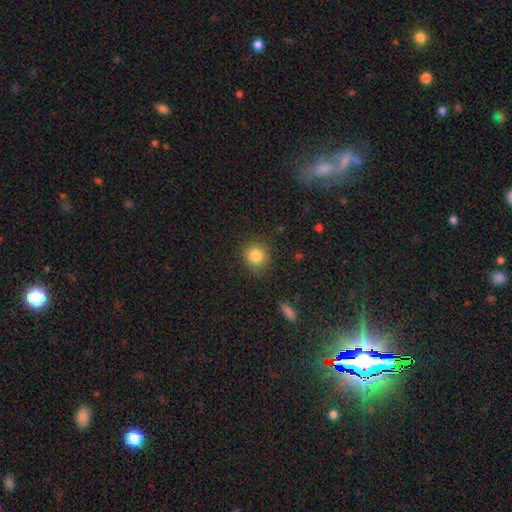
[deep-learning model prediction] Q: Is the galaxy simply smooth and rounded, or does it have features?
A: smooth — 83%.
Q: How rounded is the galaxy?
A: round — 87%.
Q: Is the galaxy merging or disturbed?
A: none — 86%.